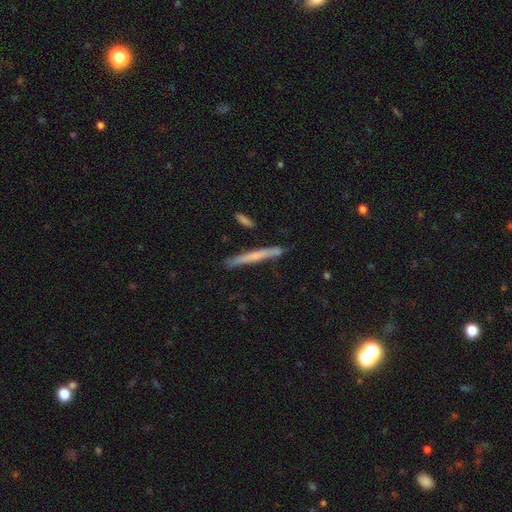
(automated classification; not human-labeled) This appears to be a smooth galaxy with no disk features (48%). Merging: none (85%).